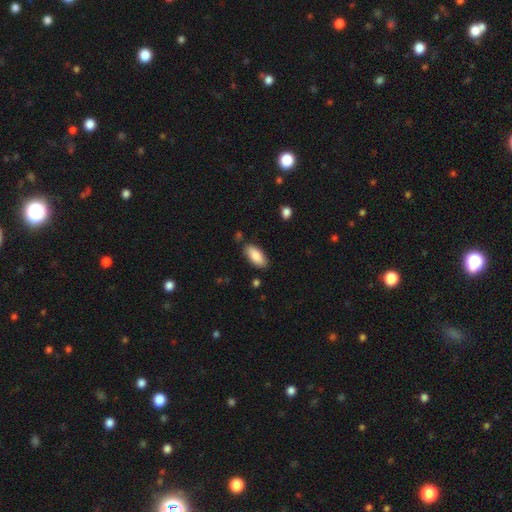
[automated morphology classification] A smooth galaxy with no disk features (87%) that is in between round and cigar-shaped (87%).

Vote fractions:
- Smooth or featured? smooth: 87% / featured or disk: 7% / star or artifact: 6%
- How rounded? in between: 87% / cigar-shaped: 11% / round: 2%
- Merging? none: 82% / minor disturbance: 13% / major disturbance: 3% / merger: 2%